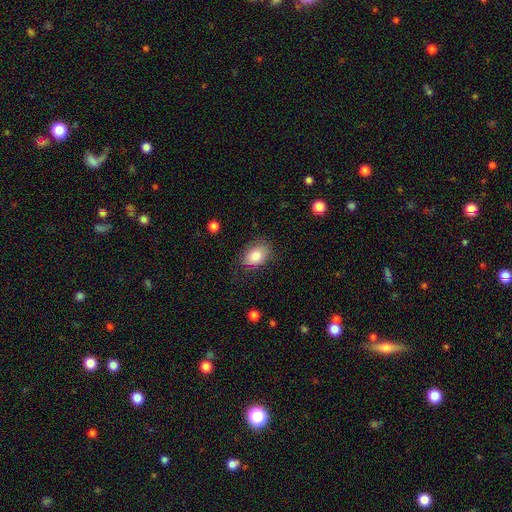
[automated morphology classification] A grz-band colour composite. It shows a smooth galaxy with no disk features (82%) that is in between round and cigar-shaped (82%). Merging: none (76%).